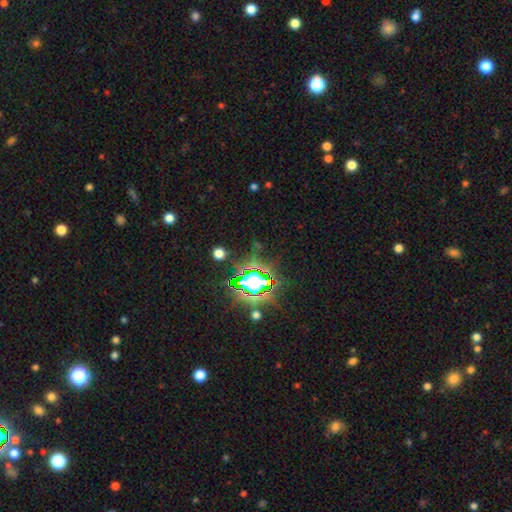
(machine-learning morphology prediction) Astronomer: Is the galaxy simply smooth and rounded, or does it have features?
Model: star or artifact — 77%.